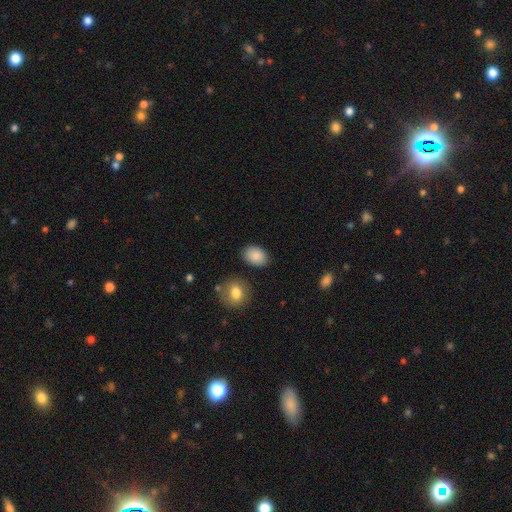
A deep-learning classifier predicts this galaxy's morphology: Smooth or featured? Predicted: smooth (p=0.88). How rounded? Predicted: in between (p=0.77). Merging? Predicted: none (p=0.84).